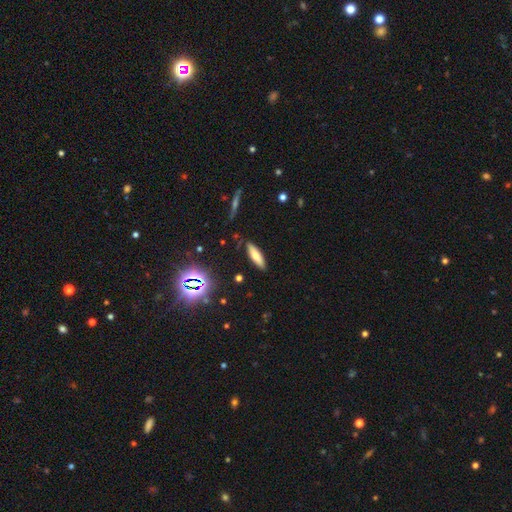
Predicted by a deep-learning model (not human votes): smooth-or-featured: smooth: 68% | featured or disk: 20% | star or artifact: 12%
  how-rounded: cigar-shaped: 56% | in between: 42% | round: 2%
  merging: none: 85% | minor disturbance: 10% | major disturbance: 2% | merger: 2%